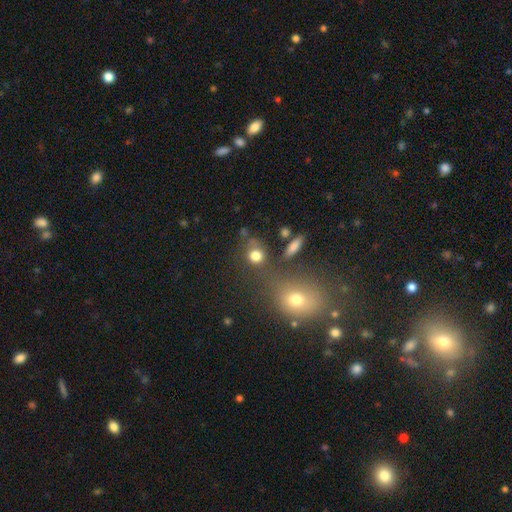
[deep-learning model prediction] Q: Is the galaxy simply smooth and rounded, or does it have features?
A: smooth — 78%.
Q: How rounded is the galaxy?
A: round — 76%.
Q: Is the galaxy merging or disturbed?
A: none — 57%.